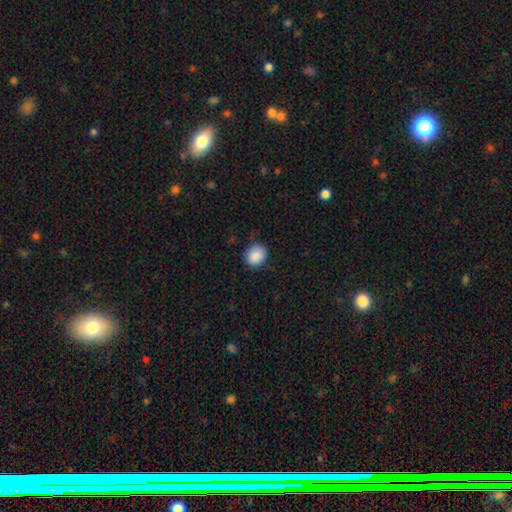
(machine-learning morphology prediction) smooth 89%, star or artifact 8%, featured or disk 3%. Down the decision tree: how rounded — round (72%); merging — none (84%).